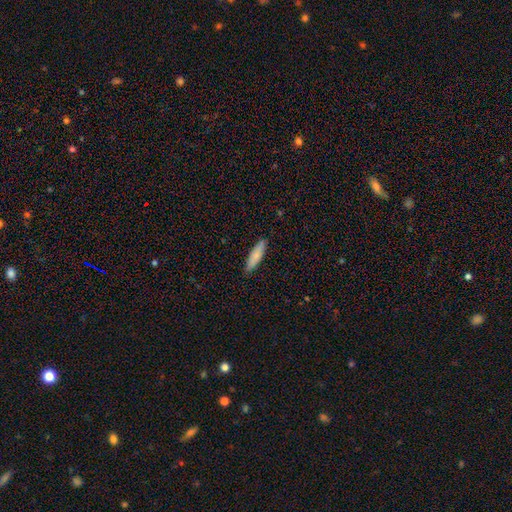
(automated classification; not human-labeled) The model was most divided on "how rounded": cigar-shaped: 72%, in between: 26%, round: 1%. More confident: merging — none (88%); smooth or featured — smooth (82%).